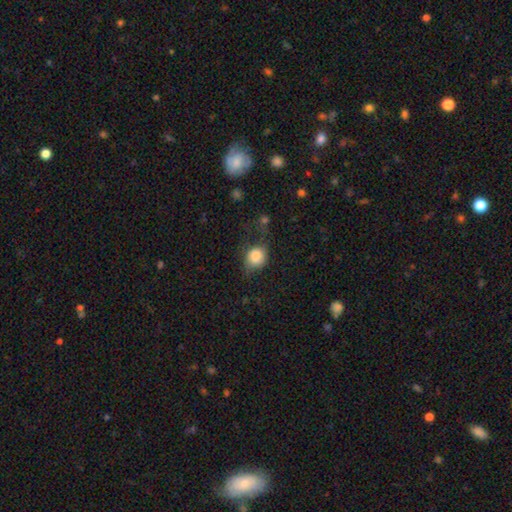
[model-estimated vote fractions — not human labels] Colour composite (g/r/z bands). It shows a smooth galaxy with no disk features (82%) that is round (66%). Merging: none (49%).